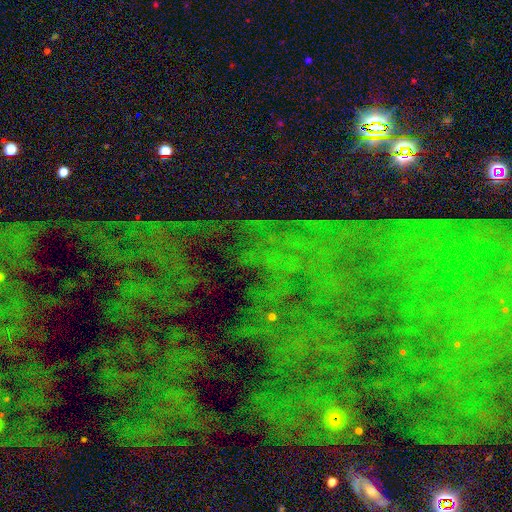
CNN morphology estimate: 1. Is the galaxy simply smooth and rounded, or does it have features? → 81% star or artifact, 10% featured or disk, 9% smooth.